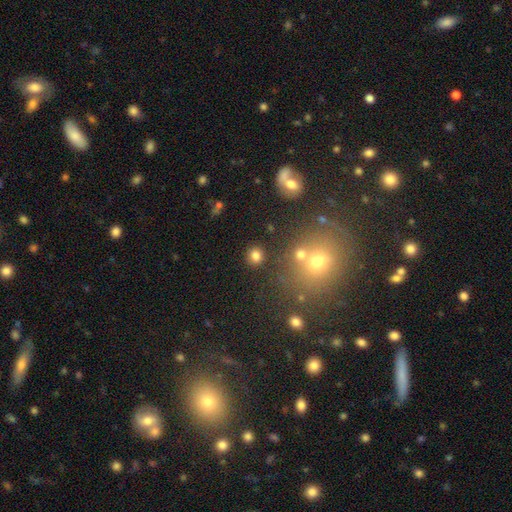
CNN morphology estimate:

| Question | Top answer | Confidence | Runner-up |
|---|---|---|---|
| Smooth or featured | smooth | 81% | star or artifact (13%) |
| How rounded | round | 87% | in between (12%) |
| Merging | none | 86% | minor disturbance (7%) |